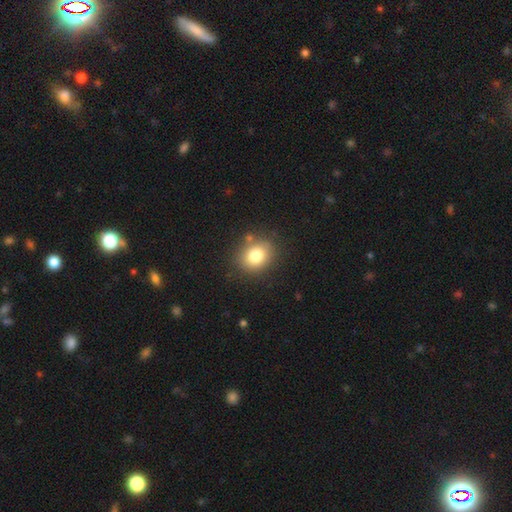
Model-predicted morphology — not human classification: This appears to be a smooth galaxy with no disk features (80%) that is round (57%). Merging: none (81%).